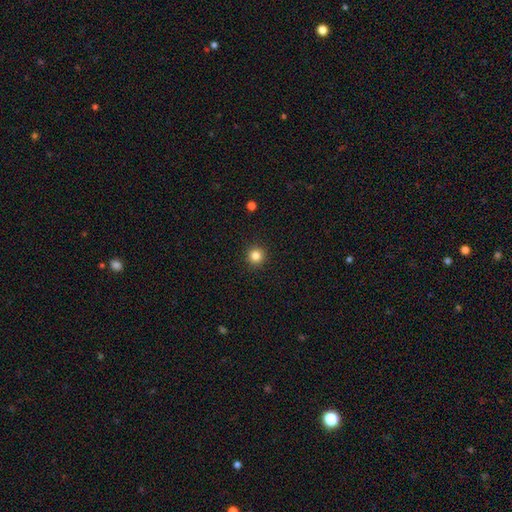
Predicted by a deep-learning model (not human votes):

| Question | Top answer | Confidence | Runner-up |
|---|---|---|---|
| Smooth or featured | smooth | 83% | star or artifact (12%) |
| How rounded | round | 96% | in between (4%) |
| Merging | none | 93% | minor disturbance (4%) |